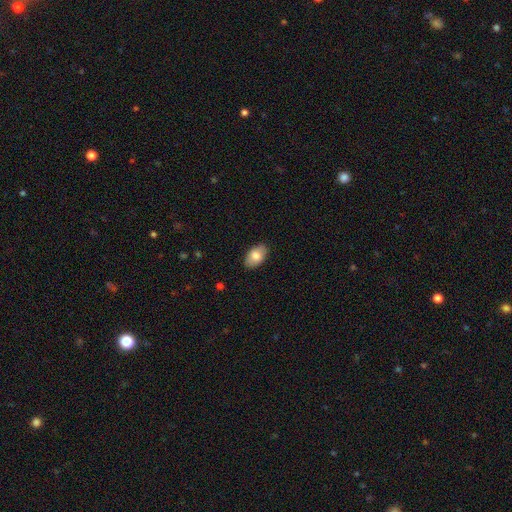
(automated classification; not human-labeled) A smooth galaxy with no disk features (82%) that is in between round and cigar-shaped (93%).

Vote fractions:
- Smooth or featured? smooth: 82% / featured or disk: 12% / star or artifact: 6%
- How rounded? in between: 93% / round: 5% / cigar-shaped: 1%
- Merging? none: 87% / minor disturbance: 10% / major disturbance: 2% / merger: 1%